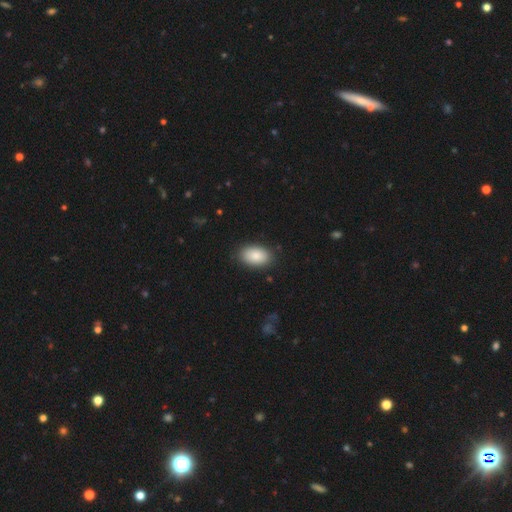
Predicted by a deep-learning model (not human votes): smooth_or_featured: smooth (p=0.86) [alt: featured or disk p=0.07]
how_rounded: in between (p=0.93) [alt: round p=0.06]
merging: none (p=0.87) [alt: minor disturbance p=0.10]